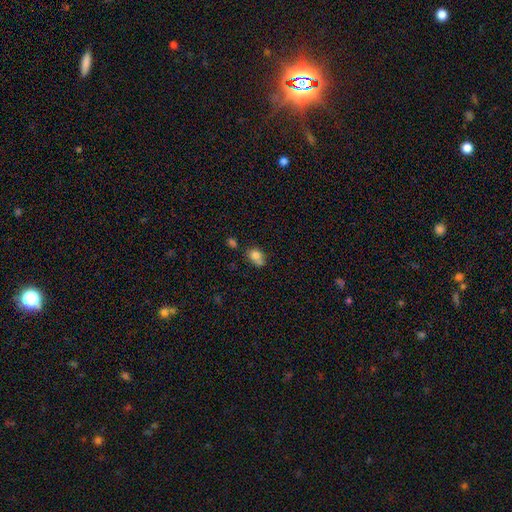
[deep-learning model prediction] The model was most divided on "merging": none: 45%, minor disturbance: 25%, merger: 23%, major disturbance: 8%. More confident: smooth or featured — smooth (78%); how rounded — in between (61%).